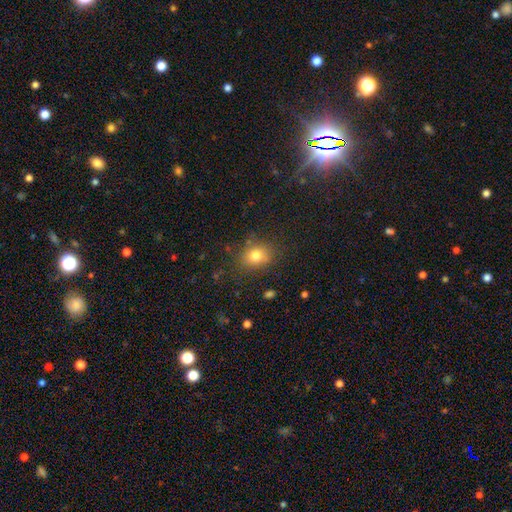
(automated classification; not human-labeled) smooth_or_featured: smooth (p=0.77) [alt: star or artifact p=0.13]
how_rounded: round (p=0.54) [alt: in between p=0.45]
merging: none (p=0.78) [alt: minor disturbance p=0.15]